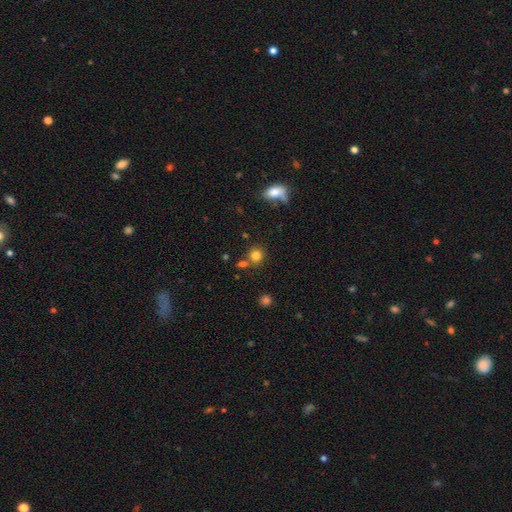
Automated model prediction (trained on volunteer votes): Smooth or featured?
  - smooth: 82% *
  - star or artifact: 12%
  - featured or disk: 6%
How rounded?
  - round: 88% *
  - in between: 11%
  - cigar-shaped: 1%
Merging?
  - none: 70% *
  - merger: 16%
  - minor disturbance: 10%
  - major disturbance: 4%